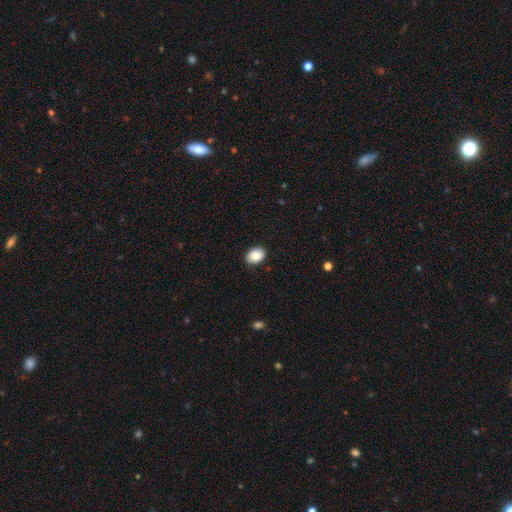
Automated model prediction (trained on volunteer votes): Morphology: type=smooth (88%); roundness=in between (74%); merging=none (85%).